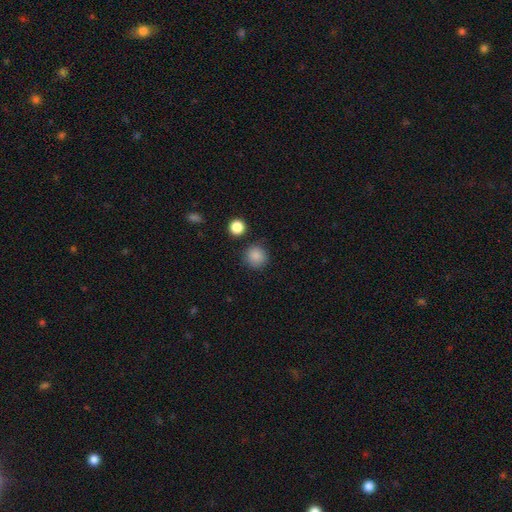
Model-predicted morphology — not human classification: smooth-or-featured: smooth: 86% | star or artifact: 10% | featured or disk: 3%
  how-rounded: round: 93% | in between: 6% | cigar-shaped: 1%
  merging: none: 86% | minor disturbance: 8% | merger: 3% | major disturbance: 3%